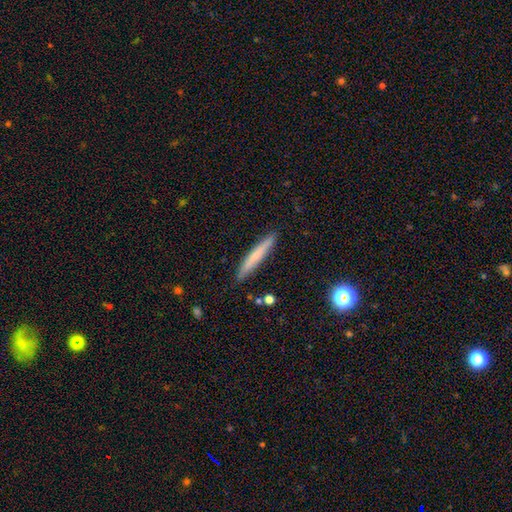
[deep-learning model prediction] A smooth galaxy with no disk features (64%) that is cigar-shaped (95%). Merging: none (88%).